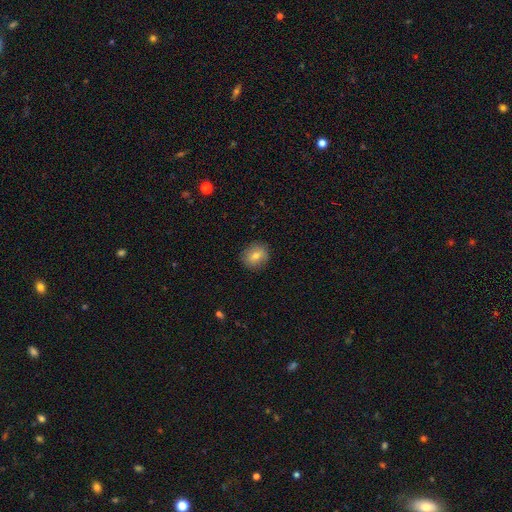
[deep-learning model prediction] A smooth galaxy with no disk features (73%) that is round (73%).

Vote fractions:
- Smooth or featured? smooth: 73% / featured or disk: 16% / star or artifact: 10%
- How rounded? round: 73% / in between: 26% / cigar-shaped: 1%
- Merging? none: 88% / minor disturbance: 8% / major disturbance: 2% / merger: 1%